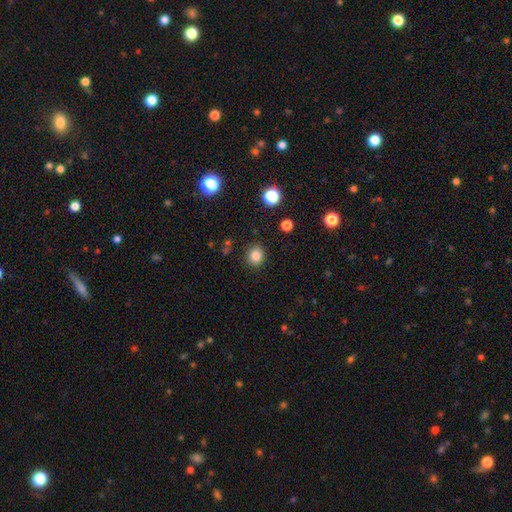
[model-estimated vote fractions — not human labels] This is clearly a smooth galaxy (84%). How rounded: likely round (79%). Merging: clearly none (88%).